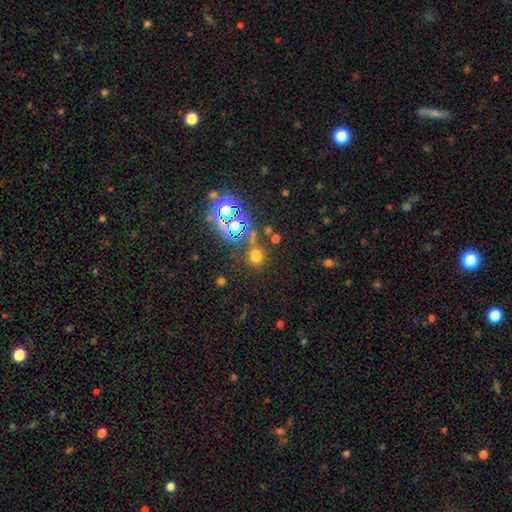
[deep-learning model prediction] Q: Smooth or featured?
A: smooth (63%); runner-up: star or artifact (31%)
Q: How rounded?
A: round (88%); runner-up: in between (11%)
Q: Merging?
A: none (79%); runner-up: minor disturbance (9%)